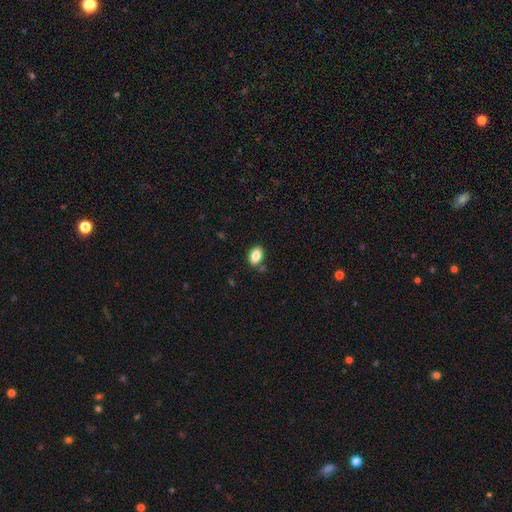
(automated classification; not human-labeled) Q: Smooth or featured?
A: smooth (84%); runner-up: star or artifact (9%)
Q: How rounded?
A: in between (84%); runner-up: round (14%)
Q: Merging?
A: none (80%); runner-up: minor disturbance (13%)